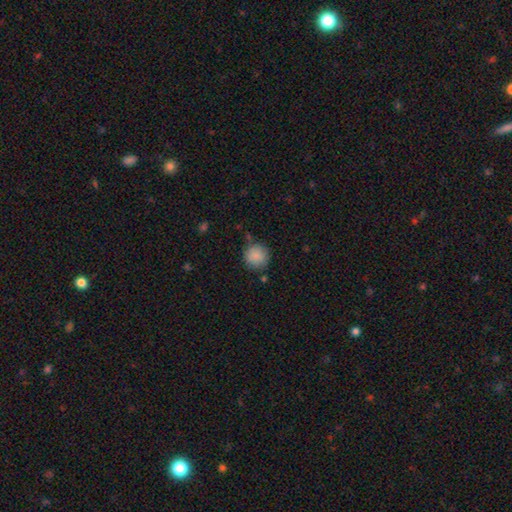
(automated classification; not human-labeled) Smooth or featured? smooth (88%)
How rounded? round (93%)
Merging? none (79%)